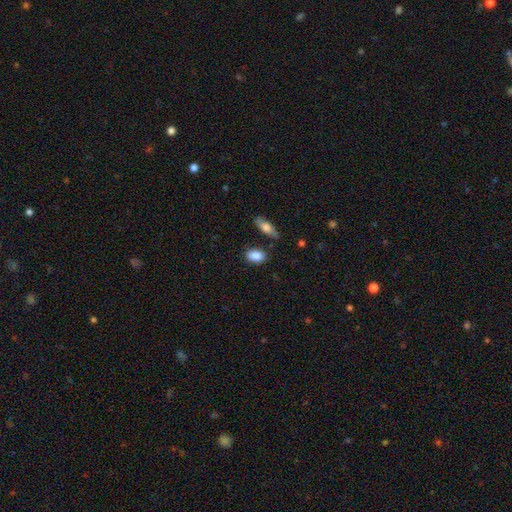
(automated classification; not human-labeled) smooth_or_featured: smooth (p=0.87) [alt: star or artifact p=0.07]
how_rounded: in between (p=0.87) [alt: round p=0.10]
merging: none (p=0.80) [alt: minor disturbance p=0.13]